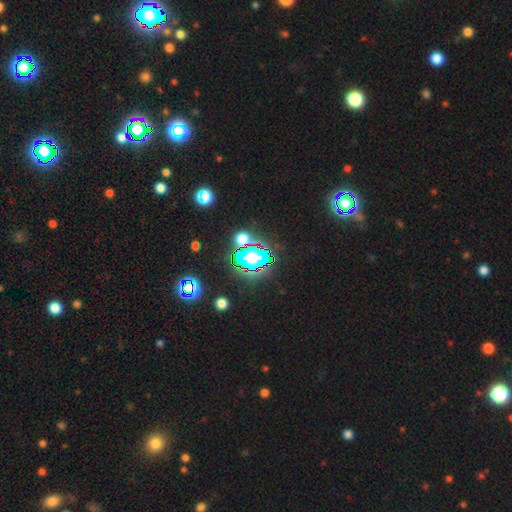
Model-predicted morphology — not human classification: This appears to be a star or artifact, not a galaxy (62%).